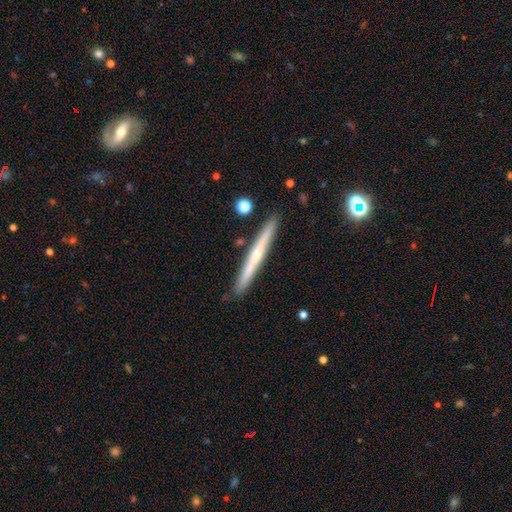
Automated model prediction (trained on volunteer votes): Smooth or featured? Predicted: featured or disk (p=0.54). Edge-on disk? Predicted: yes (p=0.97). Edge-on bulge? Predicted: none (p=0.51). Merging? Predicted: none (p=0.90).